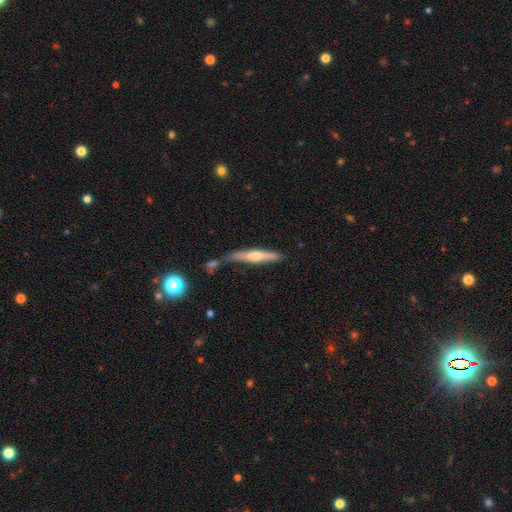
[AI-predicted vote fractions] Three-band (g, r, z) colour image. It shows a featured or disk galaxy (57%) viewed edge-on (94%) with a rounded central bulge (81%). Merging: none (68%).